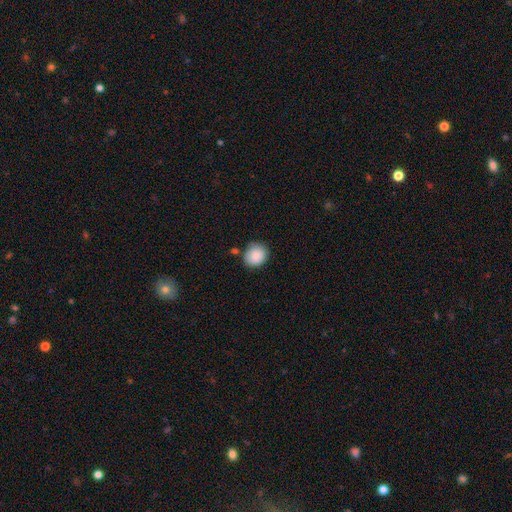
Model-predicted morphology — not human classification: This appears to be a smooth galaxy with no disk features (88%) that is round (72%). Merging: none (73%).